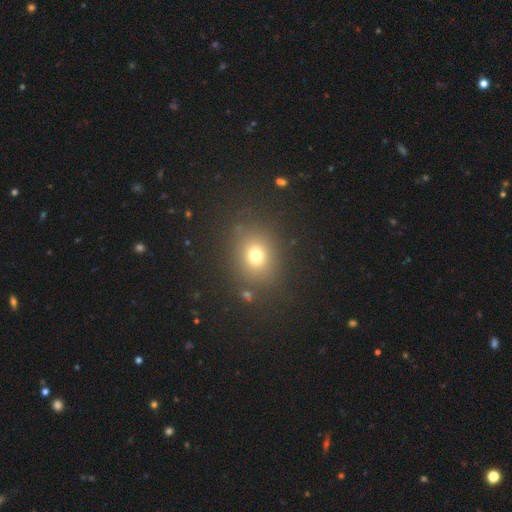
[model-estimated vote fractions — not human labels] A smooth galaxy with no disk features (72%) that is round (70%).

Vote fractions:
- Smooth or featured? smooth: 72% / star or artifact: 19% / featured or disk: 9%
- How rounded? round: 70% / in between: 29% / cigar-shaped: 1%
- Merging? none: 83% / minor disturbance: 9% / major disturbance: 5% / merger: 3%